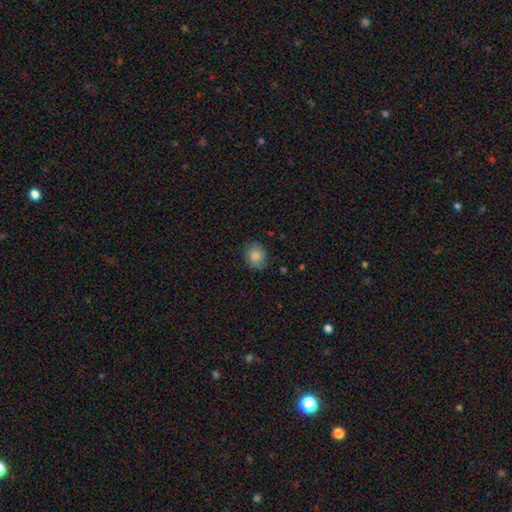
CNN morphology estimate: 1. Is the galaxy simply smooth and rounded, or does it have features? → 84% smooth, 8% star or artifact, 7% featured or disk.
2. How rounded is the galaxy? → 63% round, 36% in between, 1% cigar-shaped.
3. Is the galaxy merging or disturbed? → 78% none, 17% minor disturbance, 4% major disturbance, 1% merger.